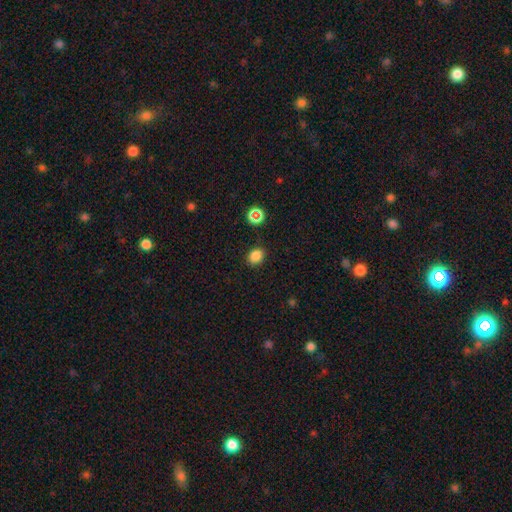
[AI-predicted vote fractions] A smooth galaxy with no disk features (82%) that is round (57%). Merging: none (87%).